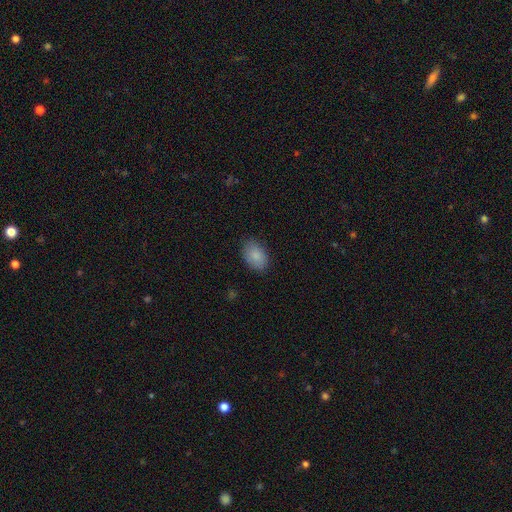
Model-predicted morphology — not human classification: smooth 86%, star or artifact 7%, featured or disk 6%. Down the decision tree: how rounded — in between (85%); merging — none (84%).